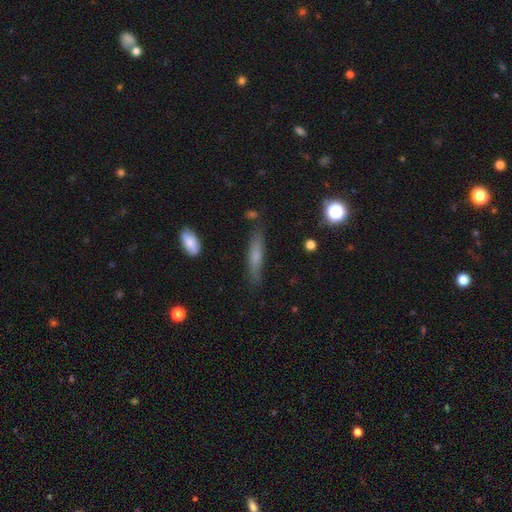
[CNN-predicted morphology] smooth_or_featured: smooth (p=0.62) [alt: featured or disk p=0.30]
how_rounded: cigar-shaped (p=0.84) [alt: in between p=0.14]
merging: none (p=0.80) [alt: minor disturbance p=0.14]